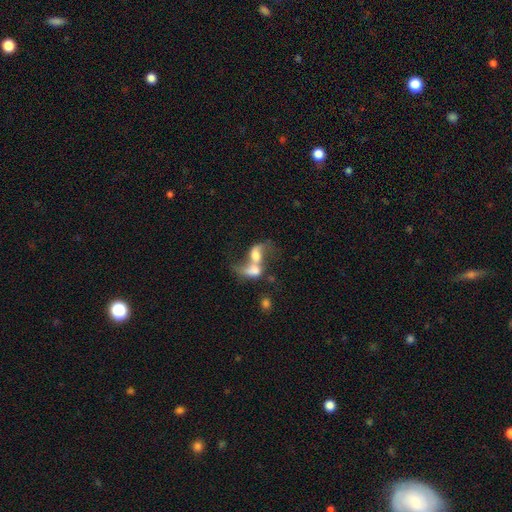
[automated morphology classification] A featured or disk galaxy (49%).

Vote fractions:
- Smooth or featured? featured or disk: 49% / smooth: 42% / star or artifact: 10%
- Merging? merger: 77% / major disturbance: 10% / none: 9% / minor disturbance: 4%